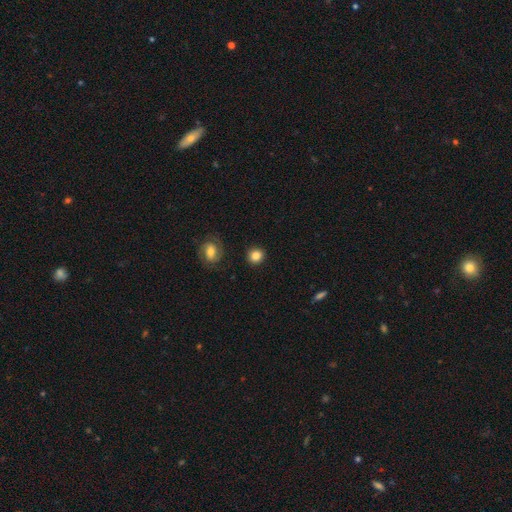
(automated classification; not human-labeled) smooth_or_featured: smooth (p=0.84) [alt: star or artifact p=0.09]
how_rounded: round (p=0.89) [alt: in between p=0.10]
merging: none (p=0.89) [alt: minor disturbance p=0.07]